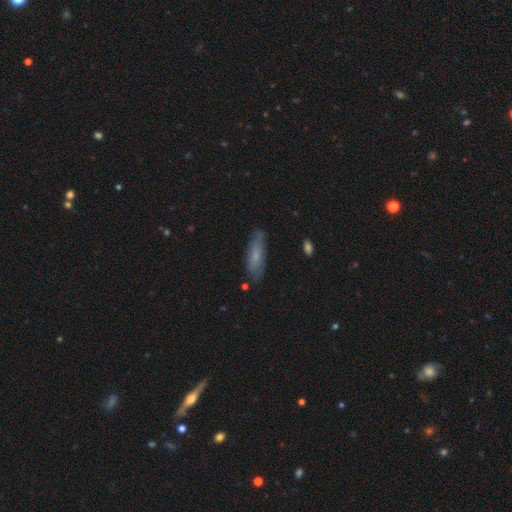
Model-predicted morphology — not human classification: A smooth galaxy with no disk features (66%) that is cigar-shaped (59%).

Vote fractions:
- Smooth or featured? smooth: 66% / featured or disk: 27% / star or artifact: 7%
- How rounded? cigar-shaped: 59% / in between: 39% / round: 2%
- Merging? none: 76% / minor disturbance: 18% / major disturbance: 4% / merger: 2%